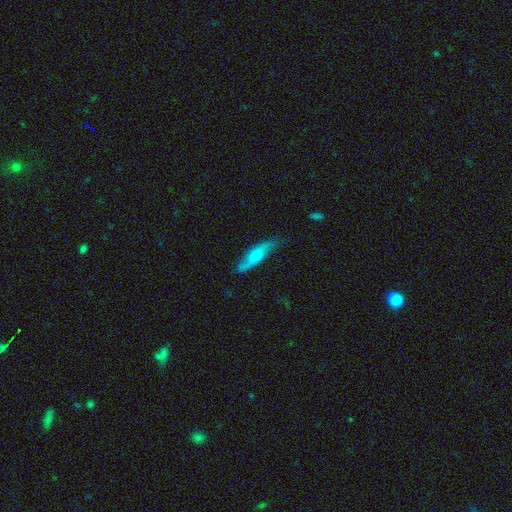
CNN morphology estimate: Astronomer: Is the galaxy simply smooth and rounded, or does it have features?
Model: smooth — 50% (runner-up: featured or disk, 44%).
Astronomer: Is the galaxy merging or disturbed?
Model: none — 69%.